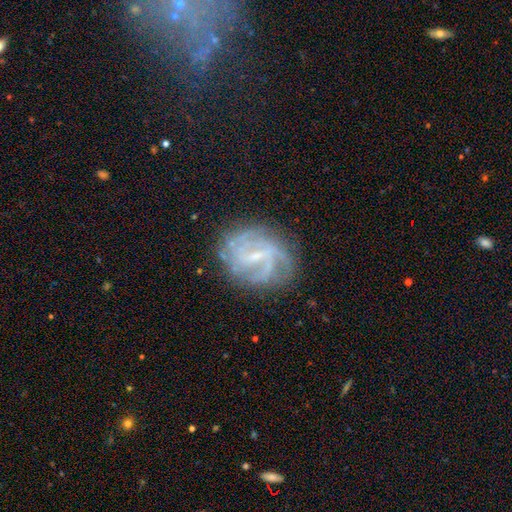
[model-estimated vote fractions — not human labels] Smooth or featured: featured or disk — 82% (smooth — 10%)
Edge-on disk: no — 97% (yes — 3%)
Bar: weak — 54% (strong — 29%)
Spiral arms: yes — 90% (no — 10%)
Spiral winding: medium — 41% (tight — 39%)
Spiral arm count: can't tell — 33% (2 — 28%)
Bulge size: small — 63% (moderate — 19%)
Merging: none — 71% (minor disturbance — 17%)